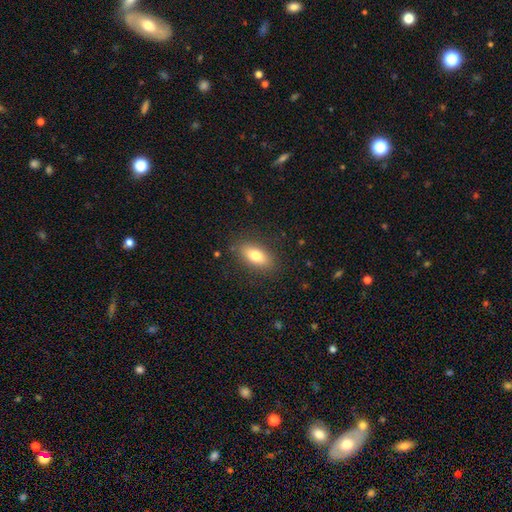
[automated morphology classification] Smooth or featured: smooth — 76% (featured or disk — 17%)
How rounded: in between — 83% (cigar-shaped — 13%)
Merging: none — 85% (minor disturbance — 10%)